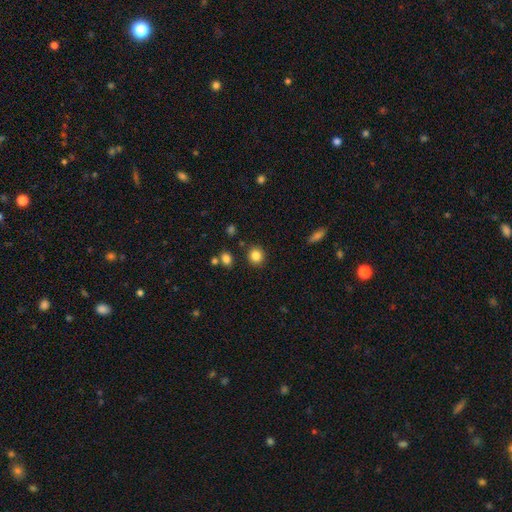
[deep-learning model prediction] A smooth galaxy with no disk features (84%) that is round (88%). Merging: none (88%).